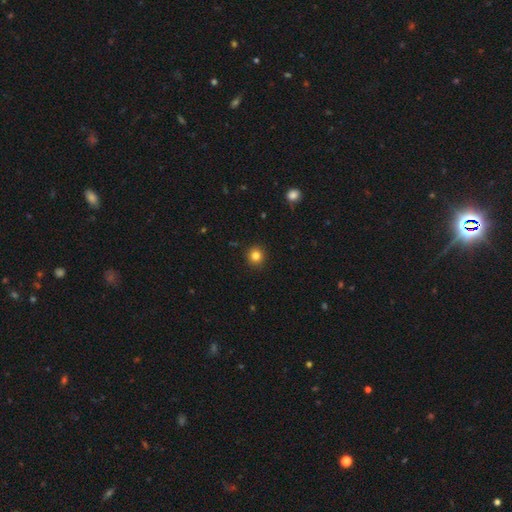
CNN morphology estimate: Smooth or featured: smooth — 82% (star or artifact — 12%)
How rounded: round — 92% (in between — 7%)
Merging: none — 92% (minor disturbance — 5%)